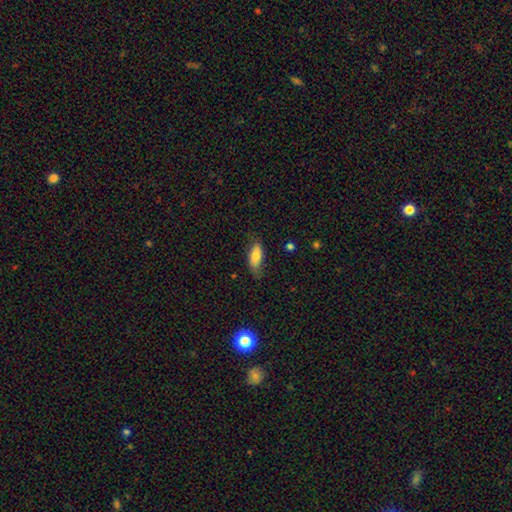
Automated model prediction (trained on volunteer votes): A smooth galaxy with no disk features (78%) that is in between round and cigar-shaped (81%). Merging: none (63%).